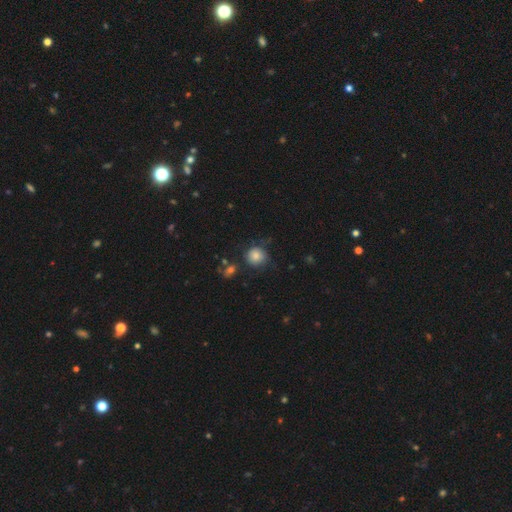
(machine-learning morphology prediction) smooth_or_featured: smooth (p=0.82) [alt: star or artifact p=0.10]
how_rounded: round (p=0.89) [alt: in between p=0.10]
merging: none (p=0.69) [alt: minor disturbance p=0.20]